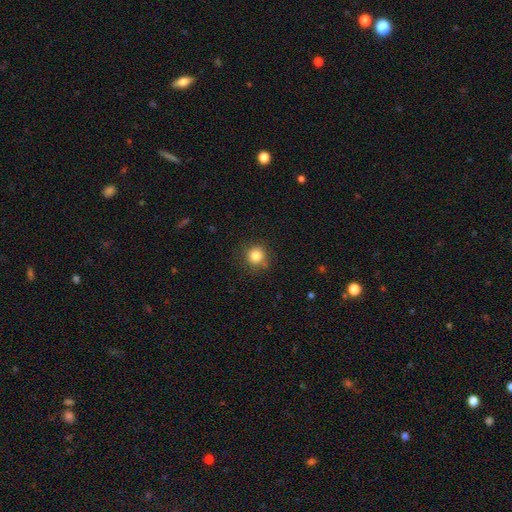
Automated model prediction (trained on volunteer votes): Smooth or featured?
  - smooth: 83% *
  - star or artifact: 11%
  - featured or disk: 5%
How rounded?
  - round: 93% *
  - in between: 6%
  - cigar-shaped: 1%
Merging?
  - none: 85% *
  - minor disturbance: 11%
  - major disturbance: 3%
  - merger: 1%